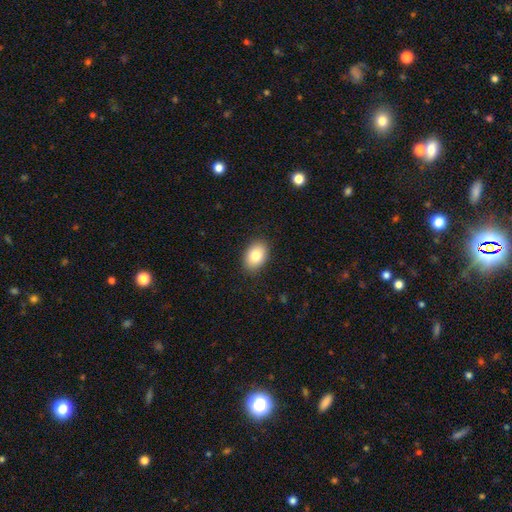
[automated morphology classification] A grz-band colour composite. It shows a smooth galaxy with no disk features (82%) that is in between round and cigar-shaped (81%). Merging: none (89%).